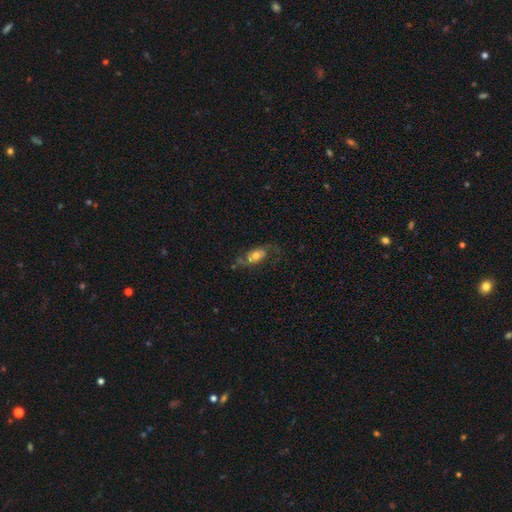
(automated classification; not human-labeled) Morphology: type=featured or disk (56%); edge-on=no (89%); merging=none (54%).